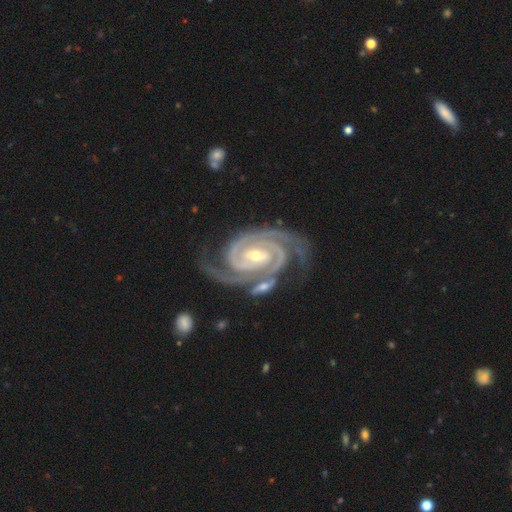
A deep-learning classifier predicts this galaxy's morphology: type=featured or disk (95%); edge-on=no (98%); bar=strong (40%); spiral arms=yes (99%); winding=tight (77%); arm count=2 (75%); bulge=small (55%); merging=none (70%).